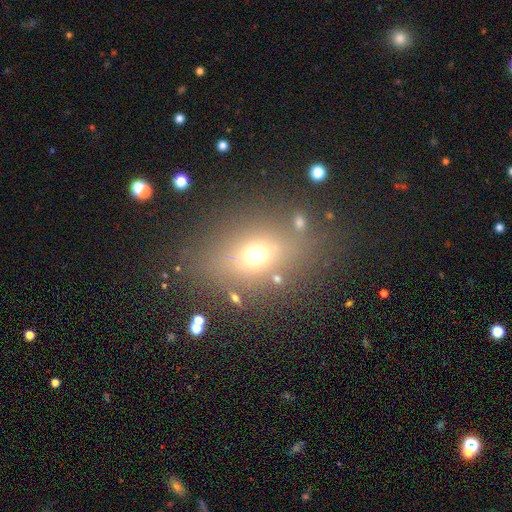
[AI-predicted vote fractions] Smooth or featured? Predicted: smooth (p=0.62). How rounded? Predicted: in between (p=0.50). Merging? Predicted: none (p=0.75).